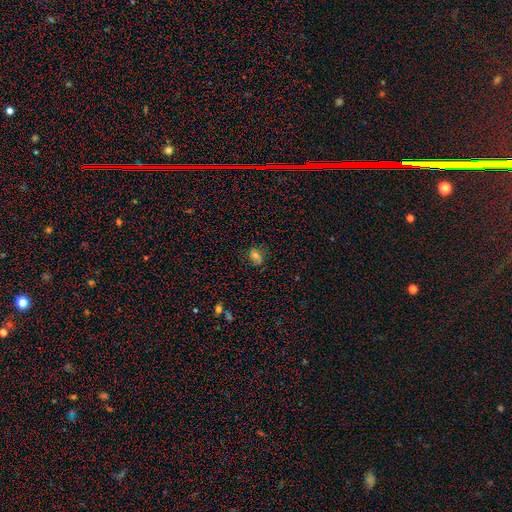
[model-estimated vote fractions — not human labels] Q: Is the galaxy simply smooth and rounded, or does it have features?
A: smooth — 63%.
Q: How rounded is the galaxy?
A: in between — 60%.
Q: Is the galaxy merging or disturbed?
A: none — 68%.